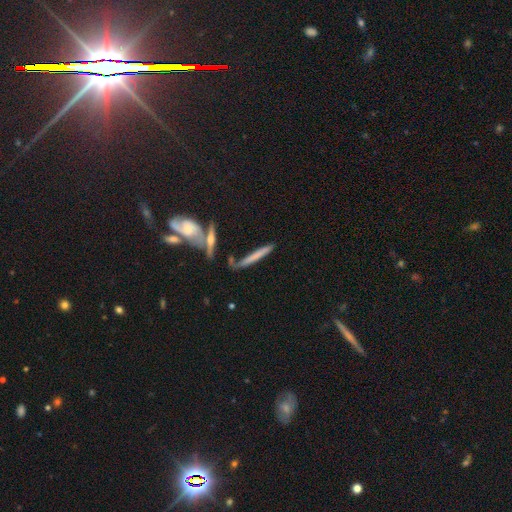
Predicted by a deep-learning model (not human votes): smooth-or-featured: smooth: 52% | featured or disk: 40% | star or artifact: 8%
  how-rounded: cigar-shaped: 92% | in between: 6% | round: 2%
  merging: none: 61% | minor disturbance: 16% | merger: 16% | major disturbance: 7%